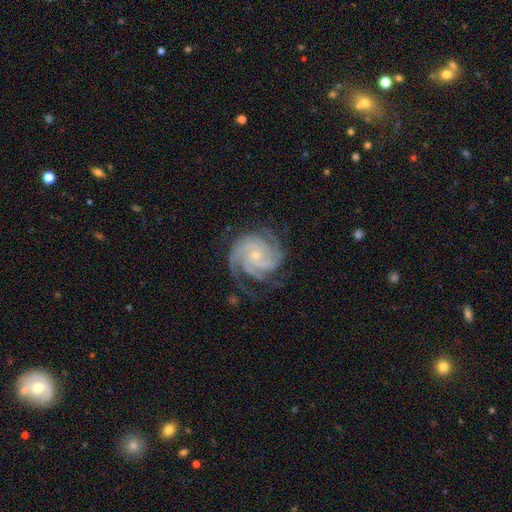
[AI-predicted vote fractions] A featured or disk galaxy (92%) with no bar (69%), 3 (36%) tight (70%) spiral arms (99%) and a small central bulge (78%). Merging: none (74%).